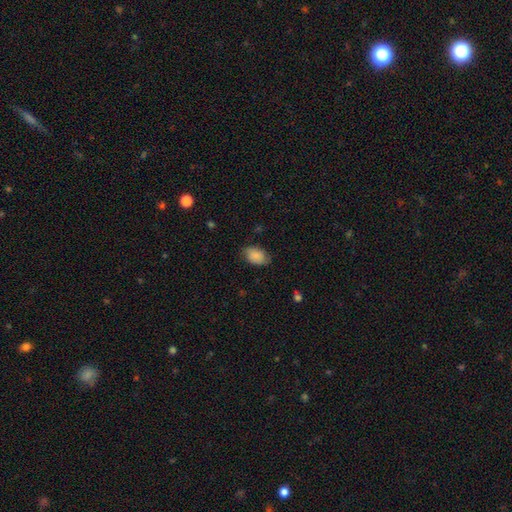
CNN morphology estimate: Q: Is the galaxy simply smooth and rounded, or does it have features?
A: smooth — 81%.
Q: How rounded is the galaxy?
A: in between — 88%.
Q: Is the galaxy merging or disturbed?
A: none — 72%.